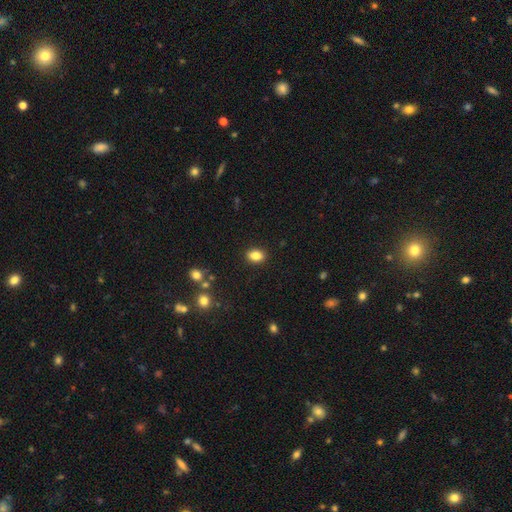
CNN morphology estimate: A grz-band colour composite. It shows a smooth galaxy with no disk features (85%) that is in between round and cigar-shaped (77%). Merging: none (89%).